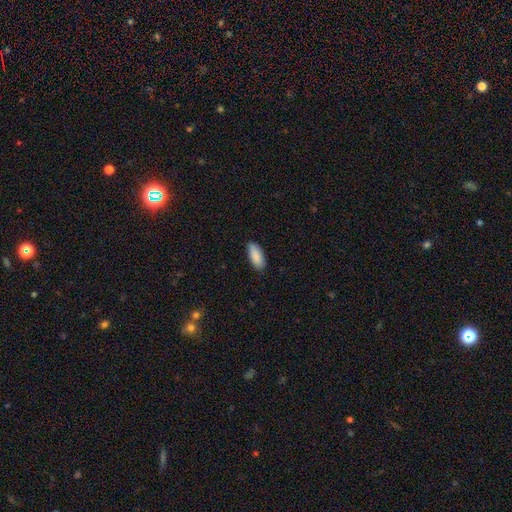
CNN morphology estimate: Overall: smooth (90%). How rounded: in between (82%). Merging: none (86%).